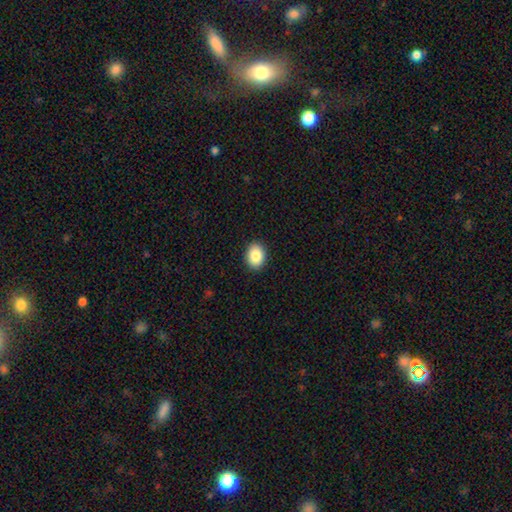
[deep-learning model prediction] The model was most divided on "how rounded": in between: 61%, round: 38%, cigar-shaped: 1%. More confident: merging — none (91%); smooth or featured — smooth (86%).